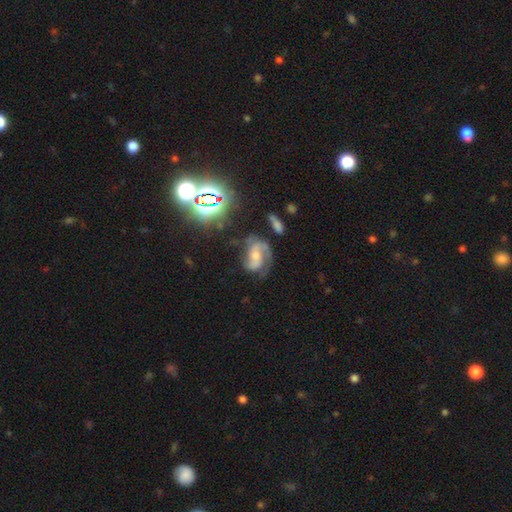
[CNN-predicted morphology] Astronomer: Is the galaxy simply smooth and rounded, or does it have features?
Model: featured or disk — 74%.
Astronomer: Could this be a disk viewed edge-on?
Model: no — 97%.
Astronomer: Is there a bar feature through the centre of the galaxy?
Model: no — 49% (runner-up: weak, 37%).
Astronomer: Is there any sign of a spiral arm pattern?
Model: yes — 93%.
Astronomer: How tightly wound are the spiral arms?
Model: medium — 49% (runner-up: loose, 29%).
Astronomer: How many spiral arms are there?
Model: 2 — 73%.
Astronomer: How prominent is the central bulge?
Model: moderate — 45% (runner-up: small, 40%).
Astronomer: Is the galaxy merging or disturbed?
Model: none — 52%.